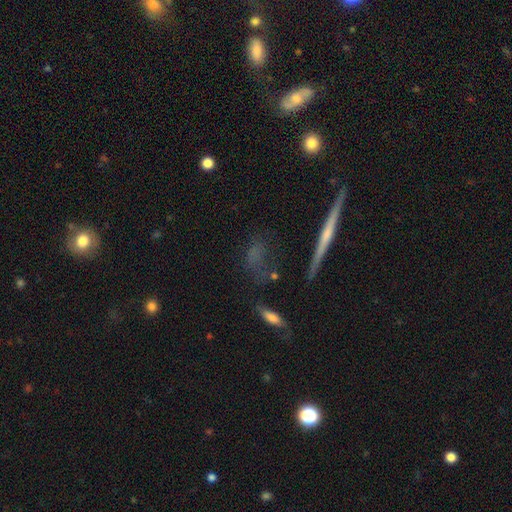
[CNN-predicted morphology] A smooth galaxy with no disk features (44%).

Vote fractions:
- Smooth or featured? smooth: 44% / featured or disk: 36% / star or artifact: 20%
- Merging? none: 64% / minor disturbance: 20% / major disturbance: 10% / merger: 5%